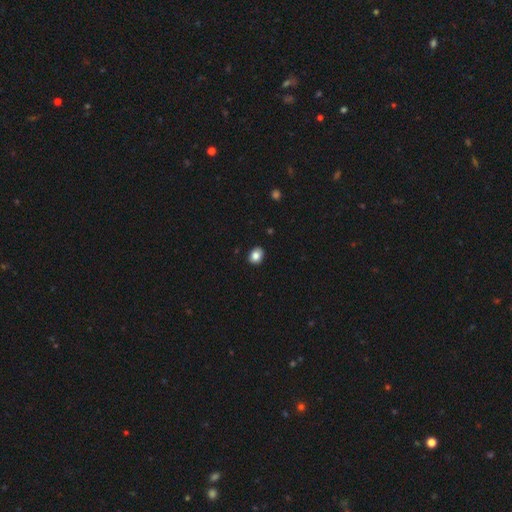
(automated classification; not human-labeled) smooth 85%, star or artifact 9%, featured or disk 6%. Down the decision tree: how rounded — in between (55%); merging — none (88%).